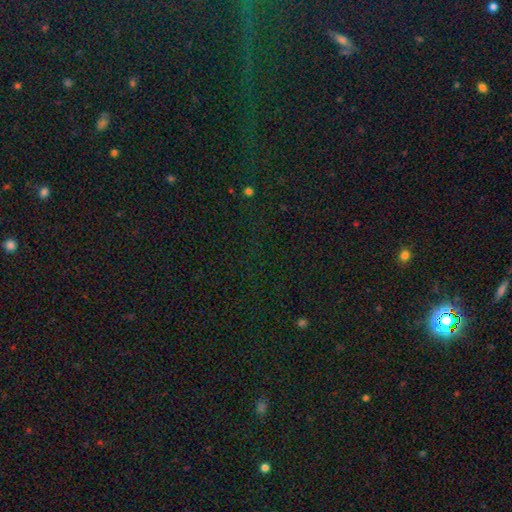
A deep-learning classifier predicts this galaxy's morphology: Overall: star or artifact (79%).